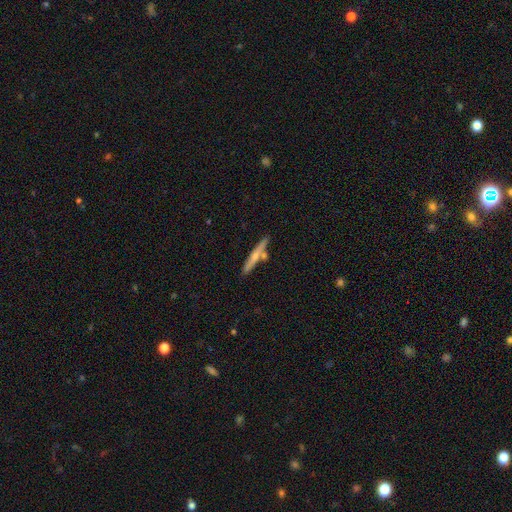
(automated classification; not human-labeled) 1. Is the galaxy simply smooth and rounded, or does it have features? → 49% smooth, 44% featured or disk, 6% star or artifact.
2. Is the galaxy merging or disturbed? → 74% none, 12% merger, 12% minor disturbance, 3% major disturbance.